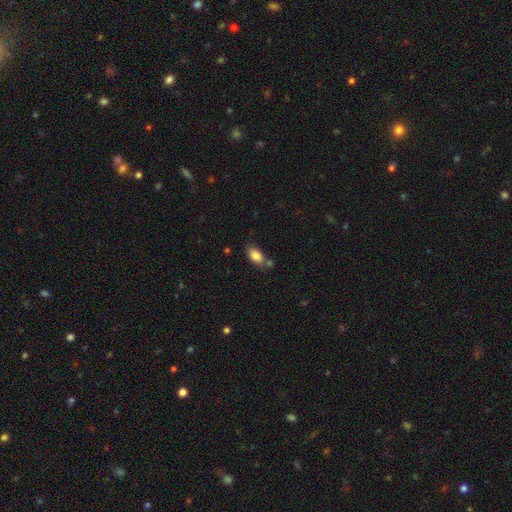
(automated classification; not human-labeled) Morphology: type=smooth (85%); roundness=in between (90%); merging=none (62%).